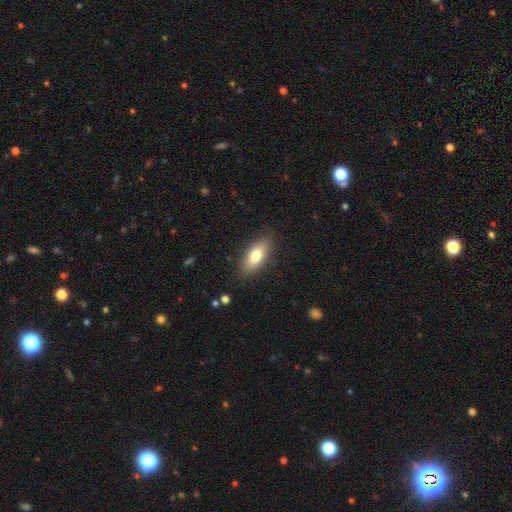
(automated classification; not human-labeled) Smooth or featured? smooth (74%)
How rounded? in between (76%)
Merging? none (86%)